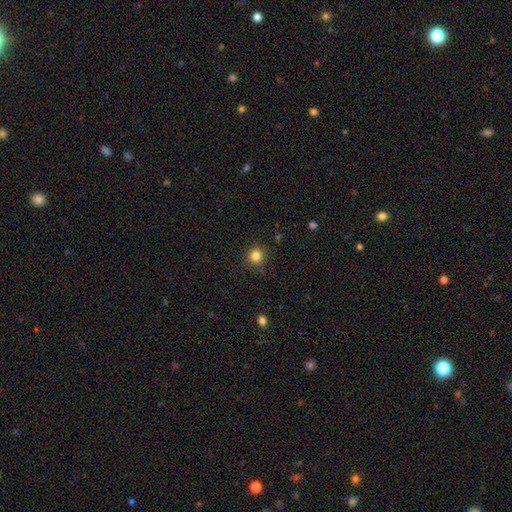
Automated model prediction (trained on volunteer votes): A smooth galaxy with no disk features (83%) that is round (94%).

Vote fractions:
- Smooth or featured? smooth: 83% / star or artifact: 12% / featured or disk: 5%
- How rounded? round: 94% / in between: 5% / cigar-shaped: 1%
- Merging? none: 88% / minor disturbance: 8% / major disturbance: 2% / merger: 1%